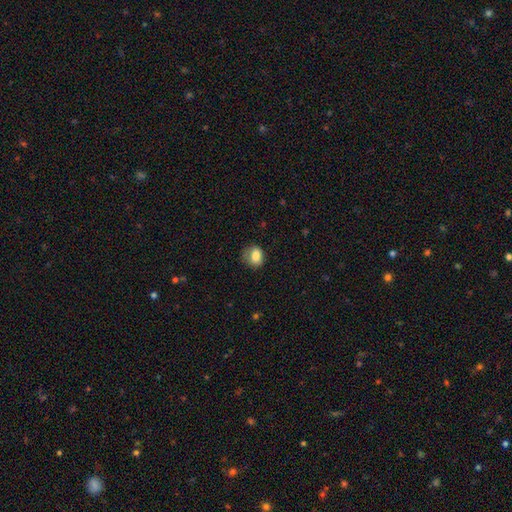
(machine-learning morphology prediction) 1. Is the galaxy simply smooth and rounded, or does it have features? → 83% smooth, 9% star or artifact, 8% featured or disk.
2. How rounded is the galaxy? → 50% round, 49% in between, 1% cigar-shaped.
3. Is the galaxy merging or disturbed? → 60% none, 28% minor disturbance, 11% major disturbance, 2% merger.